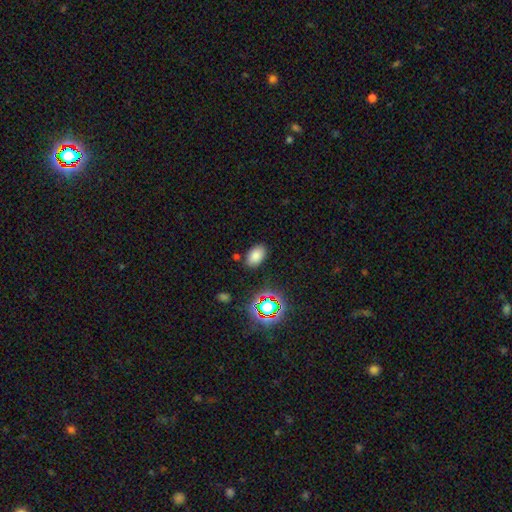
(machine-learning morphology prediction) Smooth or featured?
  - smooth: 77% *
  - star or artifact: 15%
  - featured or disk: 7%
How rounded?
  - in between: 89% *
  - round: 9%
  - cigar-shaped: 1%
Merging?
  - none: 84% *
  - minor disturbance: 10%
  - major disturbance: 3%
  - merger: 3%